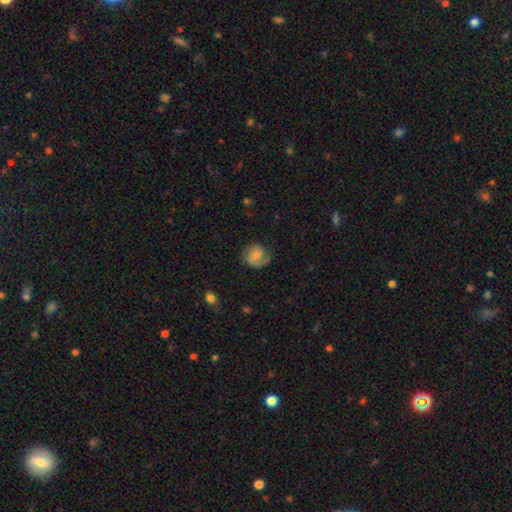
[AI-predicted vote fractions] Overall: smooth (53%; featured or disk 39%). How rounded: round (75%). Merging: none (63%).